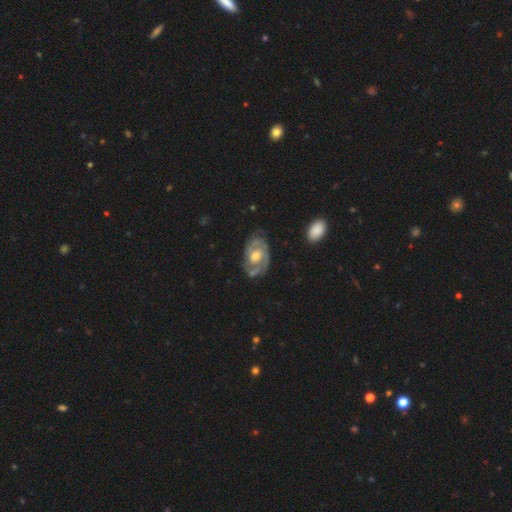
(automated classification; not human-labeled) Overall: featured or disk (85%). Edge-on disk: no (97%). Bar: no (58%; weak 34%). Spiral arms: yes (95%). Spiral arm count: 2 (65%). Spiral winding: tight (51%; medium 40%). Bulge size: moderate (72%). Merging: none (70%).